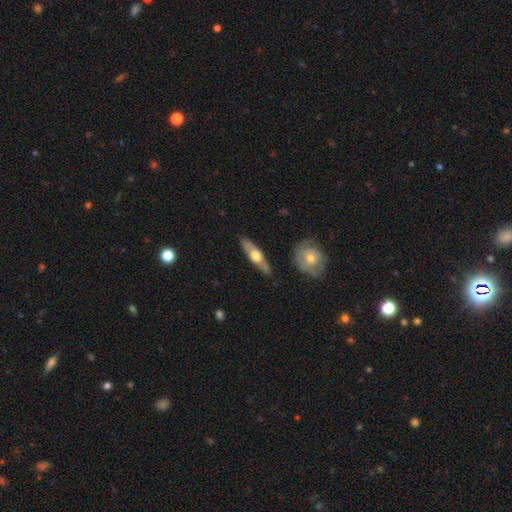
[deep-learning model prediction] smooth-or-featured: featured or disk: 52% | smooth: 43% | star or artifact: 5%
  disk-edge-on: yes: 72% | no: 28%
  merging: none: 85% | minor disturbance: 11% | major disturbance: 2% | merger: 2%